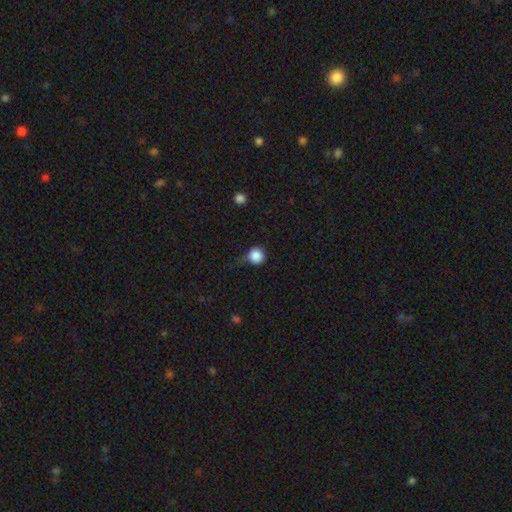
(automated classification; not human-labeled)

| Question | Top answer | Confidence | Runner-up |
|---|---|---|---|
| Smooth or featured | smooth | 86% | star or artifact (10%) |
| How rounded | round | 93% | in between (6%) |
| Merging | none | 56% | minor disturbance (29%) |